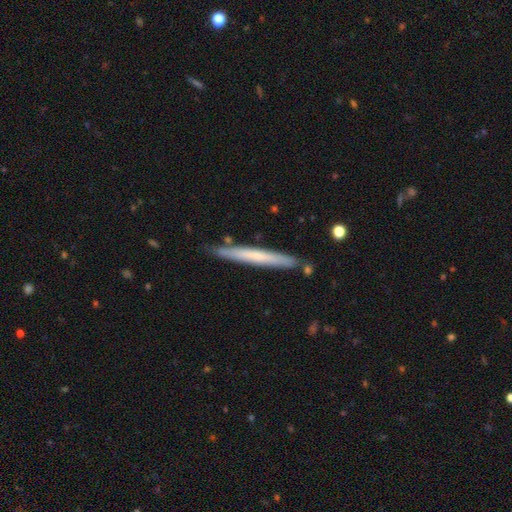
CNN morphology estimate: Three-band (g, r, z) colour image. It shows a smooth galaxy with no disk features (55%) that is cigar-shaped (97%). Merging: none (82%).